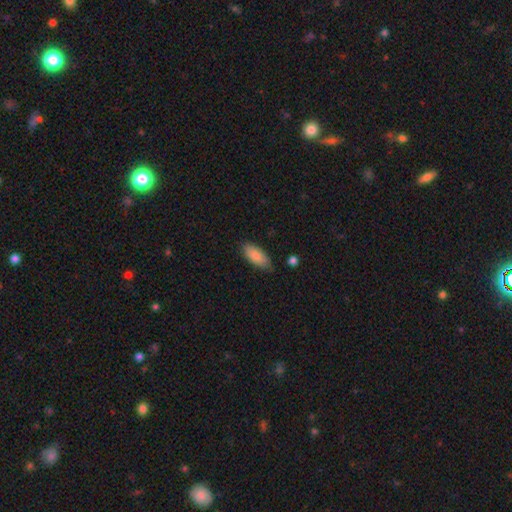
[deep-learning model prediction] Smooth or featured?
  - smooth: 84% *
  - featured or disk: 9%
  - star or artifact: 6%
How rounded?
  - in between: 84% *
  - cigar-shaped: 14%
  - round: 2%
Merging?
  - none: 79% *
  - minor disturbance: 16%
  - major disturbance: 3%
  - merger: 2%